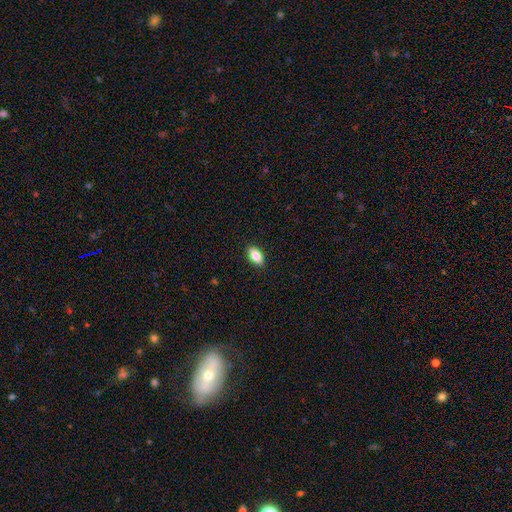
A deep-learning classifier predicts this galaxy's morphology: Q: Smooth or featured?
A: smooth (82%); runner-up: featured or disk (10%)
Q: How rounded?
A: in between (87%); runner-up: cigar-shaped (9%)
Q: Merging?
A: none (89%); runner-up: minor disturbance (8%)